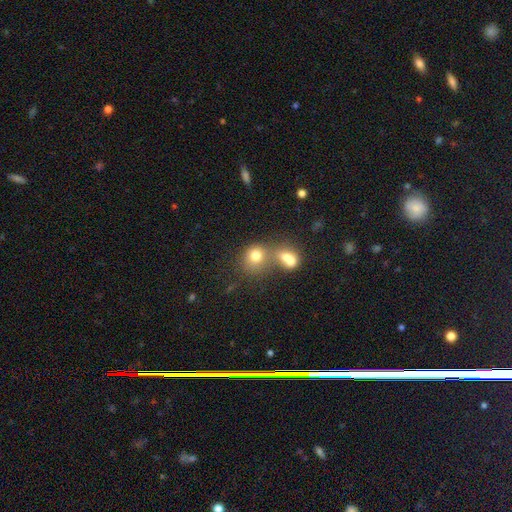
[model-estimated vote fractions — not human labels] Smooth or featured? Predicted: smooth (p=0.76). How rounded? Predicted: round (p=0.71). Merging? Predicted: merger (p=0.49).